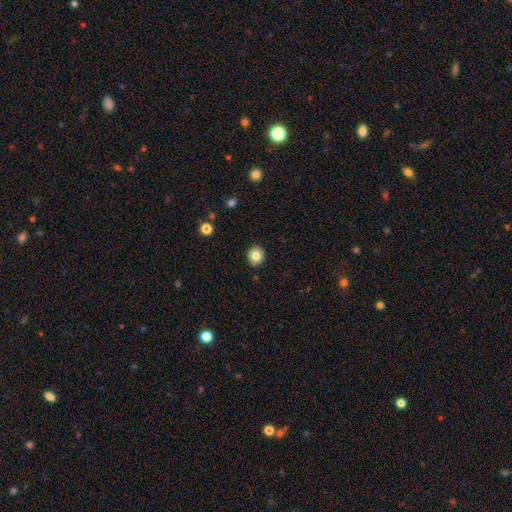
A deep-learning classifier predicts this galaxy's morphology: smooth_or_featured: smooth (p=0.83) [alt: star or artifact p=0.10]
how_rounded: round (p=0.85) [alt: in between p=0.14]
merging: none (p=0.91) [alt: minor disturbance p=0.06]